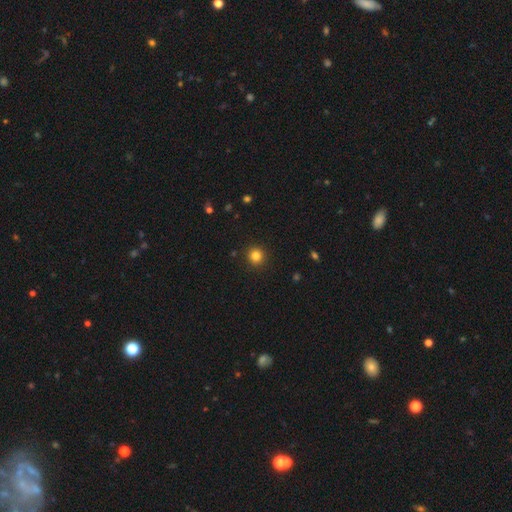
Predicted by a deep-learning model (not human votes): smooth-or-featured: smooth: 83% | star or artifact: 13% | featured or disk: 5%
  how-rounded: round: 95% | in between: 4% | cigar-shaped: 1%
  merging: none: 92% | minor disturbance: 5% | major disturbance: 2% | merger: 1%